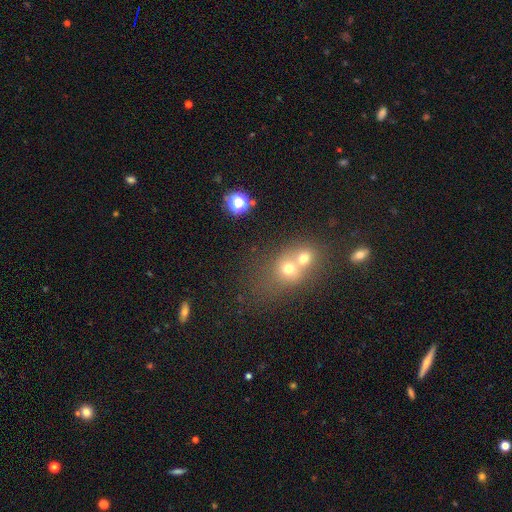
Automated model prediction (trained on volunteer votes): smooth-or-featured: smooth: 48% | star or artifact: 33% | featured or disk: 18%
  merging: merger: 51% | none: 38% | minor disturbance: 7% | major disturbance: 4%